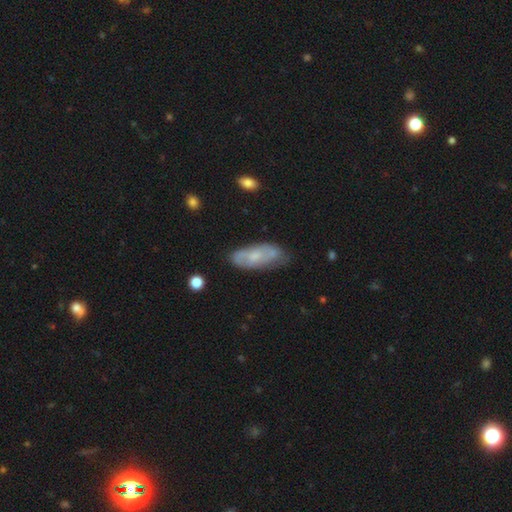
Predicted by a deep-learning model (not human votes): This appears to be a featured or disk galaxy (48%). Merging: none (65%).